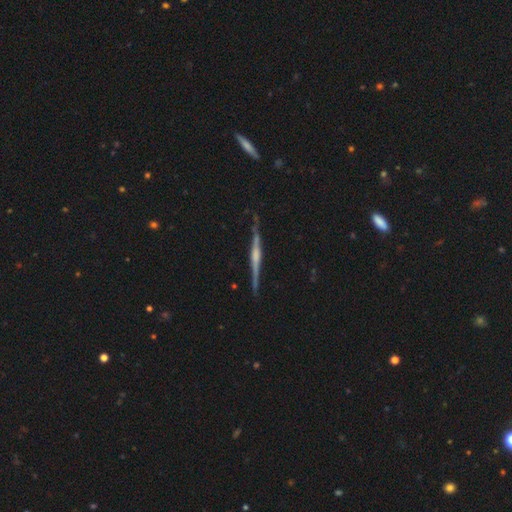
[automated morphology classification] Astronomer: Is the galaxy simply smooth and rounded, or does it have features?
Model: featured or disk — 82%.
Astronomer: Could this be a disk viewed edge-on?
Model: yes — 98%.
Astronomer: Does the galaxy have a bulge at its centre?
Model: rounded — 53%.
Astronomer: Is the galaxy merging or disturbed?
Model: none — 86%.